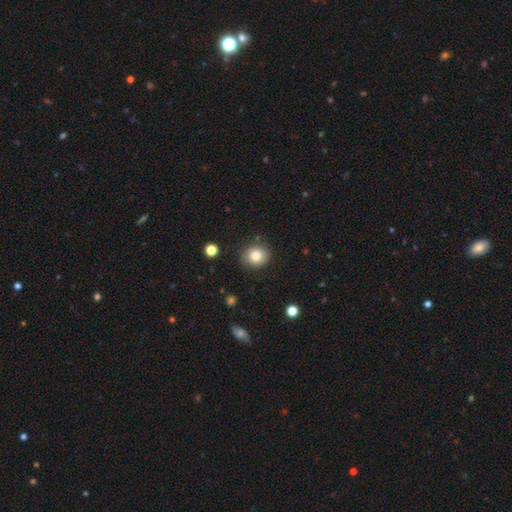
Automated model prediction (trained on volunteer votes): Smooth or featured? Predicted: smooth (p=0.84). How rounded? Predicted: round (p=0.84). Merging? Predicted: none (p=0.84).